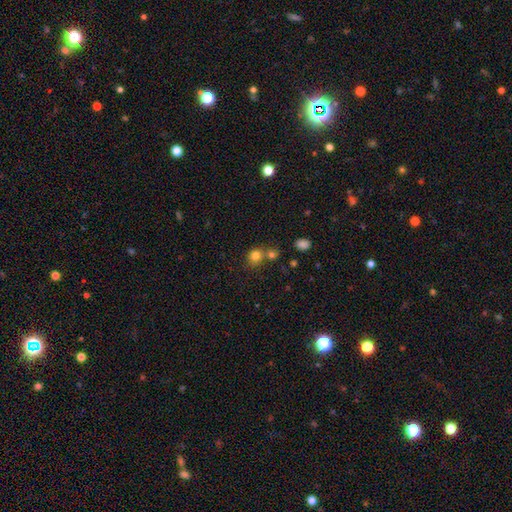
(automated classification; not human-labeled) Q: Smooth or featured?
A: smooth (79%); runner-up: star or artifact (13%)
Q: How rounded?
A: round (82%); runner-up: in between (17%)
Q: Merging?
A: none (55%); runner-up: merger (33%)